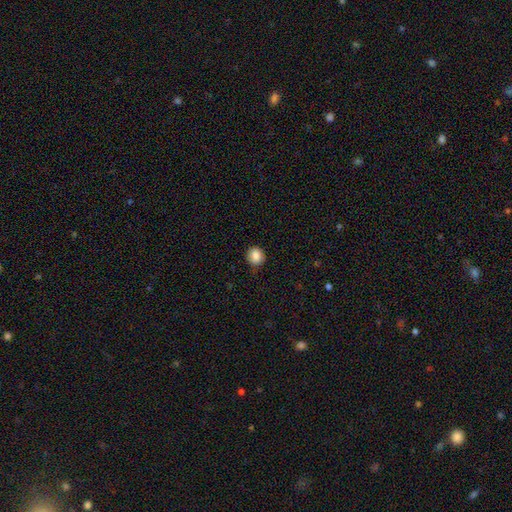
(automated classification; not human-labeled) Smooth or featured? Predicted: smooth (p=0.86). How rounded? Predicted: round (p=0.84). Merging? Predicted: none (p=0.84).